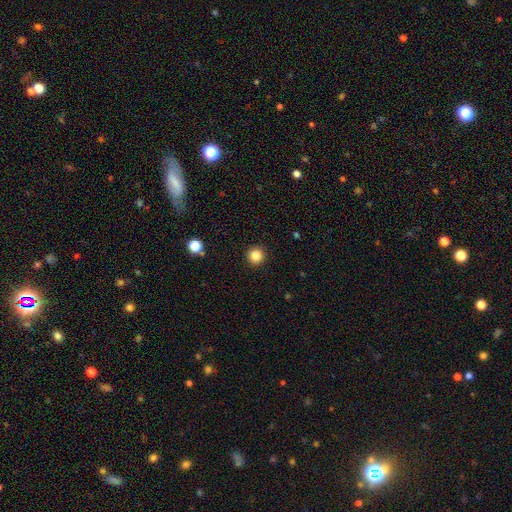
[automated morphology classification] smooth-or-featured: smooth: 84% | star or artifact: 11% | featured or disk: 4%
  how-rounded: round: 96% | in between: 3% | cigar-shaped: 1%
  merging: none: 93% | minor disturbance: 4% | major disturbance: 2% | merger: 1%